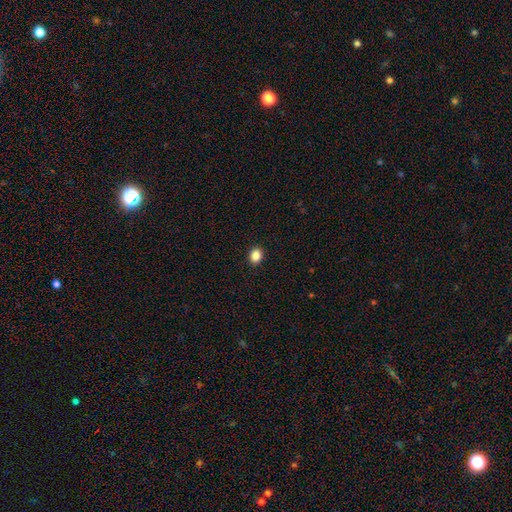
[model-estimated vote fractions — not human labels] Smooth or featured?
  - smooth: 87% *
  - star or artifact: 10%
  - featured or disk: 3%
How rounded?
  - round: 52% *
  - in between: 47%
  - cigar-shaped: 1%
Merging?
  - none: 92% *
  - minor disturbance: 6%
  - major disturbance: 2%
  - merger: 1%